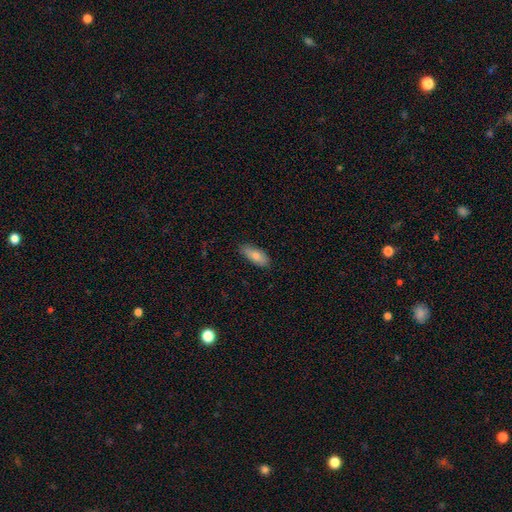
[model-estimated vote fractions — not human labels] smooth_or_featured: smooth (p=0.80) [alt: featured or disk p=0.14]
how_rounded: in between (p=0.78) [alt: cigar-shaped p=0.20]
merging: none (p=0.83) [alt: minor disturbance p=0.14]